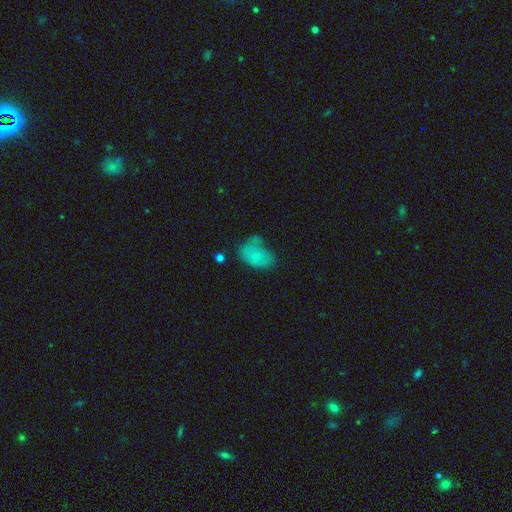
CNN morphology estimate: The model was most divided on "merging": none: 41%, minor disturbance: 30%, major disturbance: 17%, merger: 11%. More confident: how rounded — in between (88%); smooth or featured — smooth (75%).